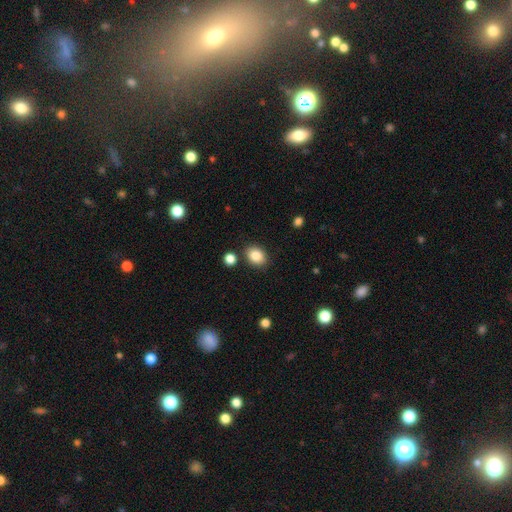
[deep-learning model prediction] A smooth galaxy with no disk features (85%) that is in between round and cigar-shaped (60%). Merging: none (84%).